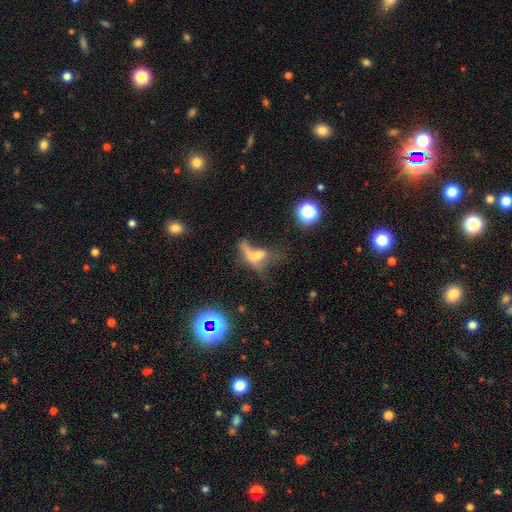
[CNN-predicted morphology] This is possibly a smooth galaxy (46%). Merging: marginally major disturbance (40%).